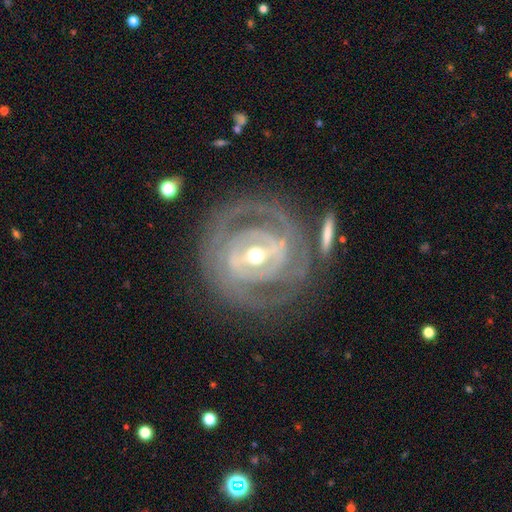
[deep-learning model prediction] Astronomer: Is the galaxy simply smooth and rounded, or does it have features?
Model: featured or disk — 86%.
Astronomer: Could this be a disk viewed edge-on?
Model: no — 95%.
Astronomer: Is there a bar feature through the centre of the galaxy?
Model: strong — 46% (runner-up: weak, 35%).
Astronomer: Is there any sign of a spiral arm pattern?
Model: yes — 79%.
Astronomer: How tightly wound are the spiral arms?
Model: tight — 71%.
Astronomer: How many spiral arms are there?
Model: can't tell — 35%, tied with 2 at 35%.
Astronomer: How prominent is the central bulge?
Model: moderate — 57% (runner-up: small, 37%).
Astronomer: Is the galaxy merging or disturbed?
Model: none — 72%.